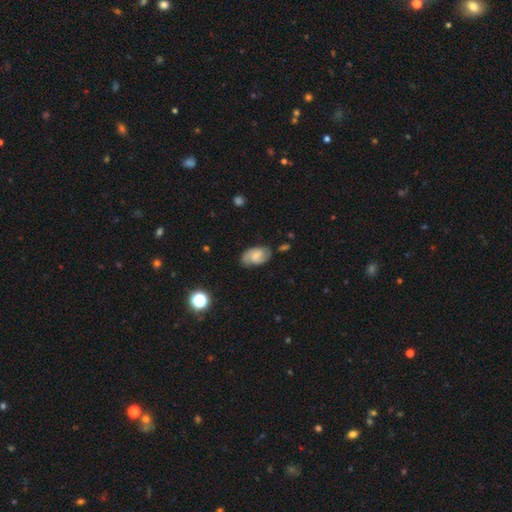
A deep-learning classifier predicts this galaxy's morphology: Smooth or featured: featured or disk — 56% (smooth — 36%)
Edge-on disk: no — 96% (yes — 4%)
Bar: weak — 47% (no — 41%)
Spiral arms: yes — 89% (no — 11%)
Bulge size: small — 35% (none — 28%)
Merging: none — 73% (minor disturbance — 20%)